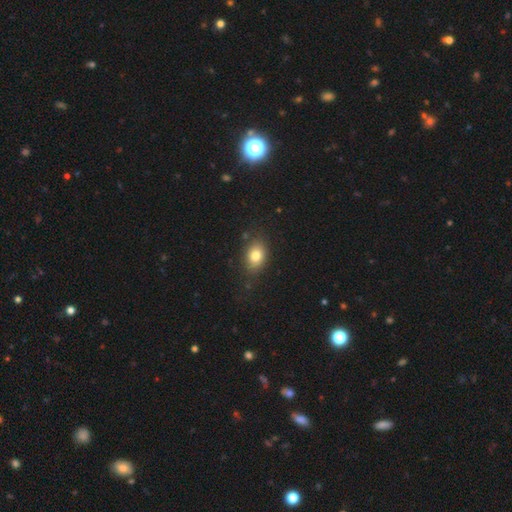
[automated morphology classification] smooth 79%, featured or disk 11%, star or artifact 10%. Down the decision tree: how rounded — in between (72%); merging — none (79%).